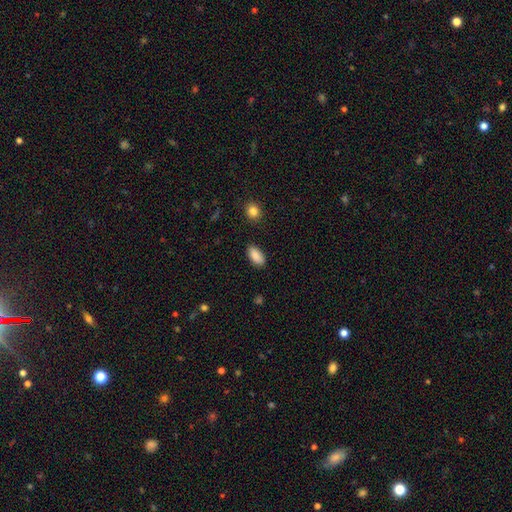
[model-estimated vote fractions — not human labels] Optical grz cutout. It shows a smooth galaxy with no disk features (89%) that is in between round and cigar-shaped (91%). Merging: none (88%).